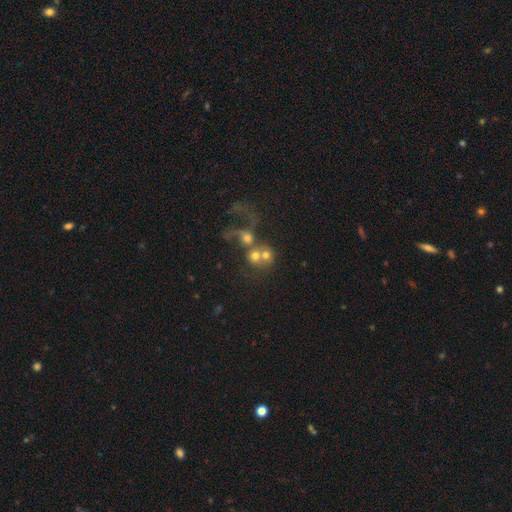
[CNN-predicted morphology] The model was most divided on "smooth or featured": smooth: 54%, featured or disk: 30%, star or artifact: 16%. More confident: how rounded — round (80%); merging — merger (60%).